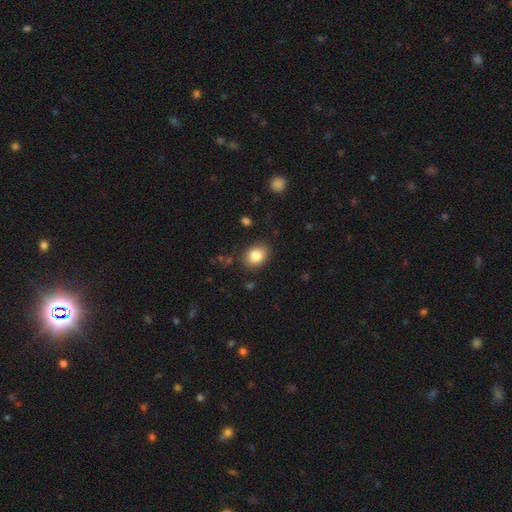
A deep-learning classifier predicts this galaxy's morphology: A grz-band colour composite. It shows a smooth galaxy with no disk features (84%) that is in between round and cigar-shaped (57%). Merging: none (86%).